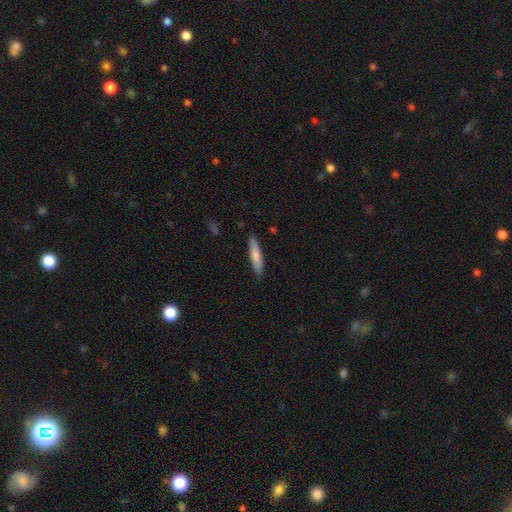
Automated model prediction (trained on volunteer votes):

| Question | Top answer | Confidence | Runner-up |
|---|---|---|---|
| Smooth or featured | smooth | 77% | featured or disk (18%) |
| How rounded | cigar-shaped | 85% | in between (14%) |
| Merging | none | 86% | minor disturbance (11%) |